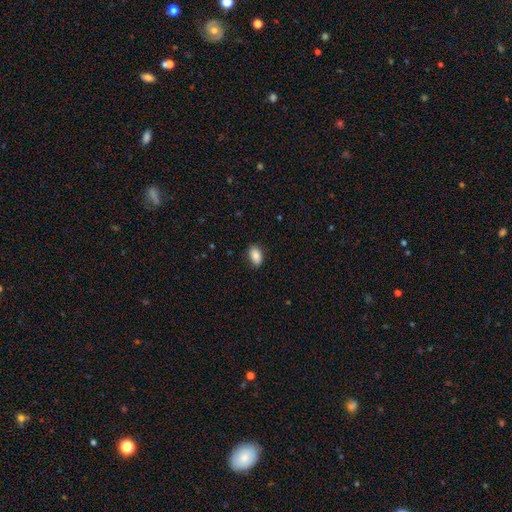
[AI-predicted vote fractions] This appears to be a smooth galaxy with no disk features (87%) that is in between round and cigar-shaped (92%). Merging: none (85%).